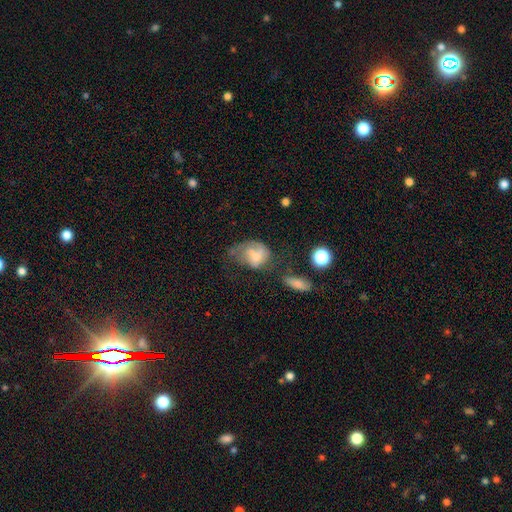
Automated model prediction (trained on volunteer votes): Smooth or featured: smooth — 50% (featured or disk — 41%)
Merging: major disturbance — 40% (minor disturbance — 23%)